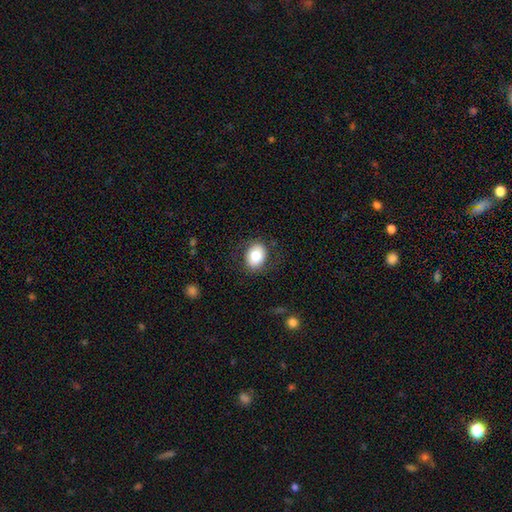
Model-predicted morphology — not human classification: smooth_or_featured: smooth (p=0.76) [alt: featured or disk p=0.16]
how_rounded: in between (p=0.57) [alt: round p=0.42]
merging: none (p=0.83) [alt: minor disturbance p=0.11]